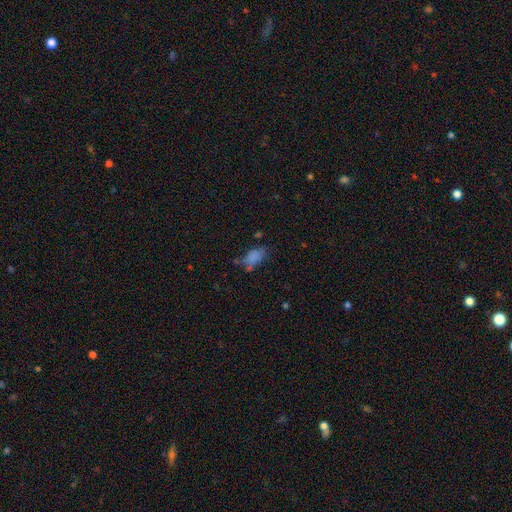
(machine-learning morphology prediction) type=smooth (71%); roundness=in between (85%); merging=none (50%).